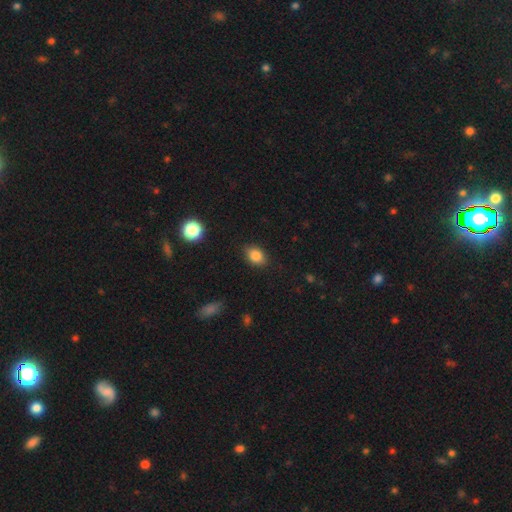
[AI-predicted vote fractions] A smooth galaxy with no disk features (84%) that is in between round and cigar-shaped (76%).

Vote fractions:
- Smooth or featured? smooth: 84% / star or artifact: 9% / featured or disk: 6%
- How rounded? in between: 76% / round: 23% / cigar-shaped: 1%
- Merging? none: 84% / minor disturbance: 12% / major disturbance: 3% / merger: 1%